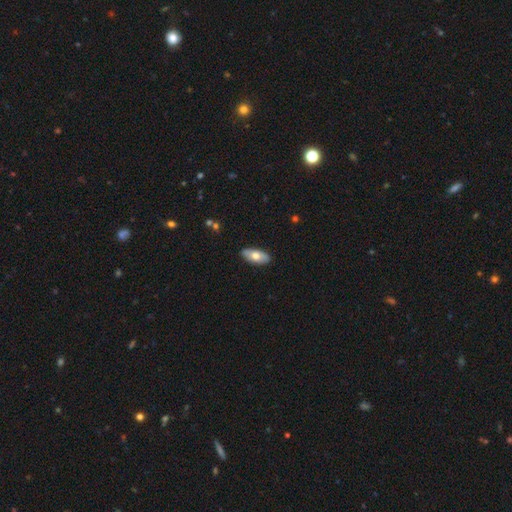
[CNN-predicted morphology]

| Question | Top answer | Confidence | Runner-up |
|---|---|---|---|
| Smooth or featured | smooth | 65% | featured or disk (29%) |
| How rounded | in between | 88% | cigar-shaped (9%) |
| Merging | none | 87% | minor disturbance (10%) |